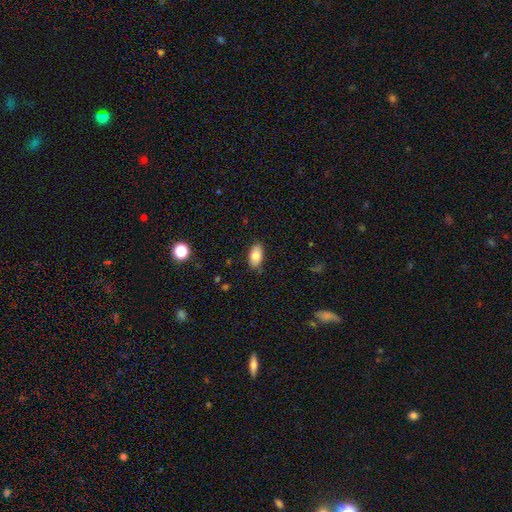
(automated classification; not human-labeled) Smooth or featured? smooth (79%)
How rounded? in between (92%)
Merging? none (80%)